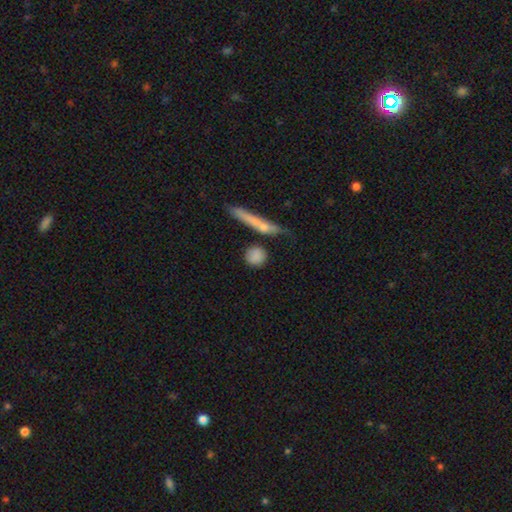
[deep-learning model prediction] This is clearly a smooth galaxy (82%). How rounded: clearly round (83%). Merging: likely none (74%).